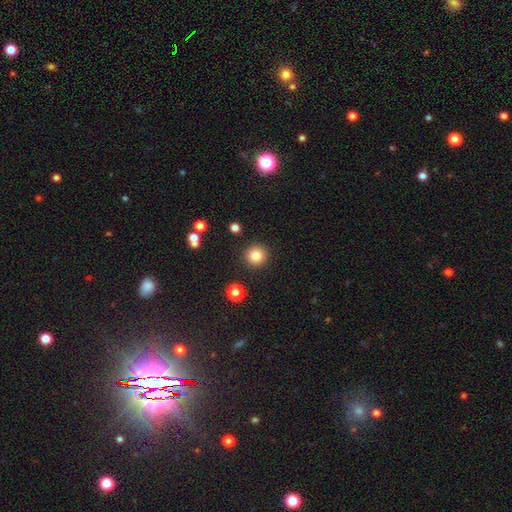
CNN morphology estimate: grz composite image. It shows a smooth galaxy with no disk features (84%) that is round (95%). Merging: none (91%).